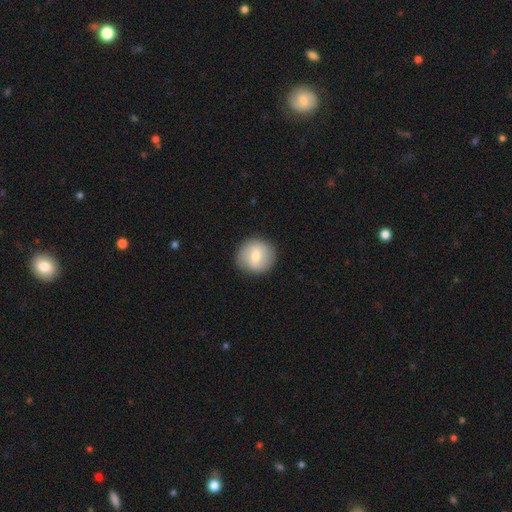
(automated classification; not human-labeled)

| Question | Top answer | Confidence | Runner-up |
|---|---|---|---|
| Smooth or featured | smooth | 66% | featured or disk (27%) |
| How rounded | round | 92% | in between (7%) |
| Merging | none | 89% | minor disturbance (8%) |